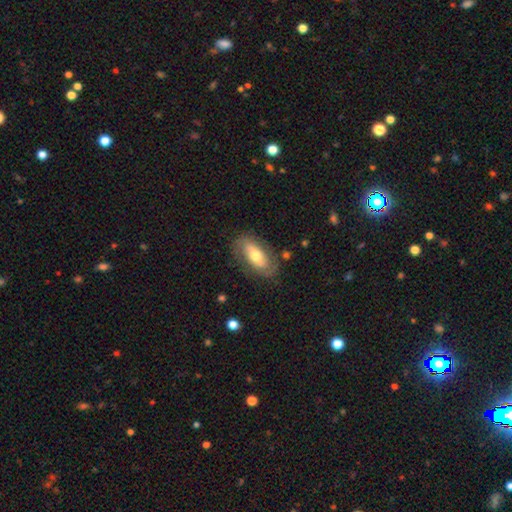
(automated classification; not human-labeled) featured or disk 52%, smooth 42%, star or artifact 6%. Down the decision tree: edge-on disk — no (87%); merging — none (76%).